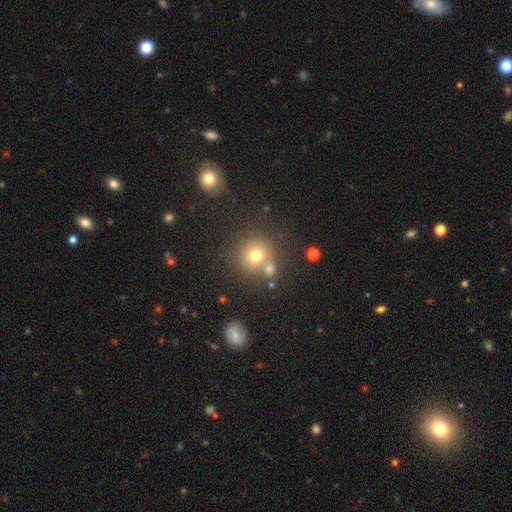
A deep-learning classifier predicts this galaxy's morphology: A smooth galaxy with no disk features (73%) that is round (90%).

Vote fractions:
- Smooth or featured? smooth: 73% / star or artifact: 15% / featured or disk: 12%
- How rounded? round: 90% / in between: 9% / cigar-shaped: 1%
- Merging? none: 65% / merger: 22% / minor disturbance: 10% / major disturbance: 4%